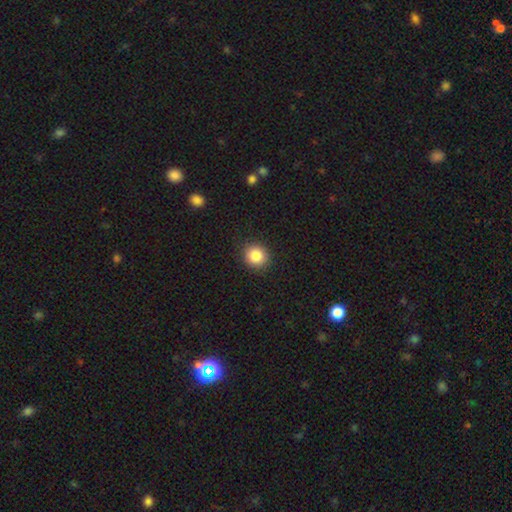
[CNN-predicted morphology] Smooth or featured: smooth — 85% (star or artifact — 10%)
How rounded: round — 88% (in between — 11%)
Merging: none — 90% (minor disturbance — 7%)